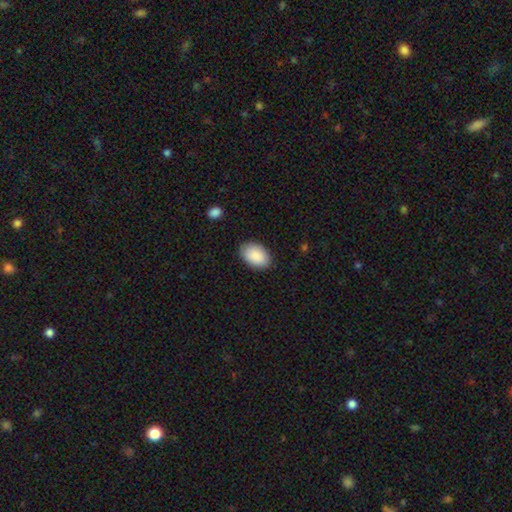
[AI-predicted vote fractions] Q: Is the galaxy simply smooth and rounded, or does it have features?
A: smooth — 90%.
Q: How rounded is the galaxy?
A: in between — 91%.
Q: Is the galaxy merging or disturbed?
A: none — 87%.